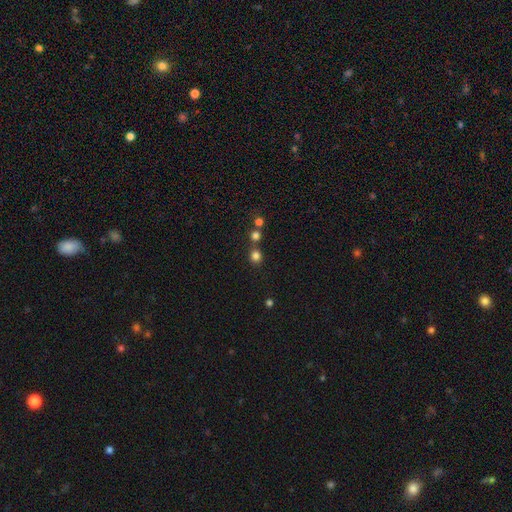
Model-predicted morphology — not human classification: Smooth or featured? Predicted: smooth (p=0.78). How rounded? Predicted: round (p=0.83). Merging? Predicted: none (p=0.68).